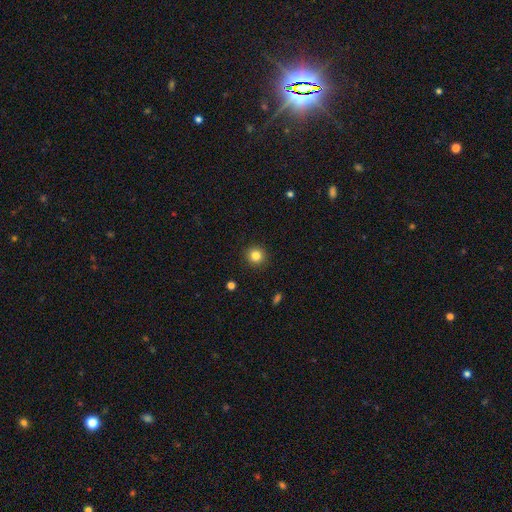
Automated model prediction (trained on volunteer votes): smooth_or_featured: smooth (p=0.83) [alt: star or artifact p=0.11]
how_rounded: round (p=0.94) [alt: in between p=0.05]
merging: none (p=0.92) [alt: minor disturbance p=0.05]